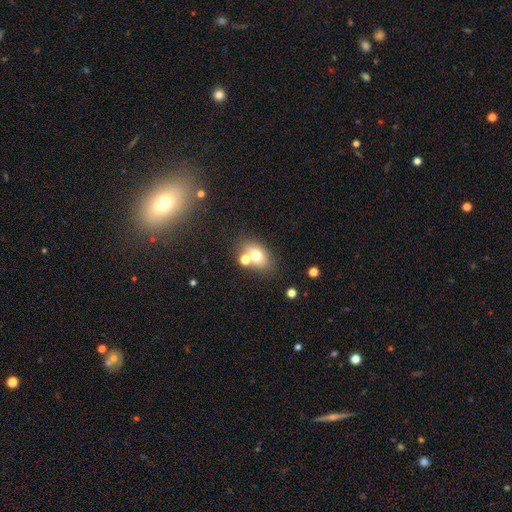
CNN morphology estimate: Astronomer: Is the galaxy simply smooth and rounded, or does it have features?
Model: smooth — 71%.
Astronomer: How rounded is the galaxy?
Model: in between — 71%.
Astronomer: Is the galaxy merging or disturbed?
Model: none — 60%.